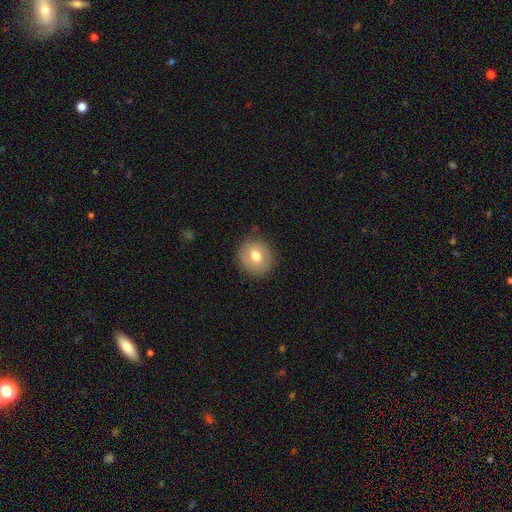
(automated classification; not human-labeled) Smooth or featured? Predicted: smooth (p=0.72). How rounded? Predicted: round (p=0.83). Merging? Predicted: none (p=0.87).